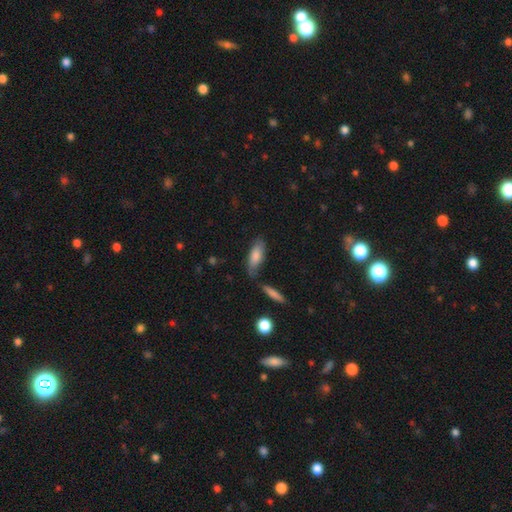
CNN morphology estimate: A smooth galaxy with no disk features (78%) that is in between round and cigar-shaped (69%). Merging: none (67%).